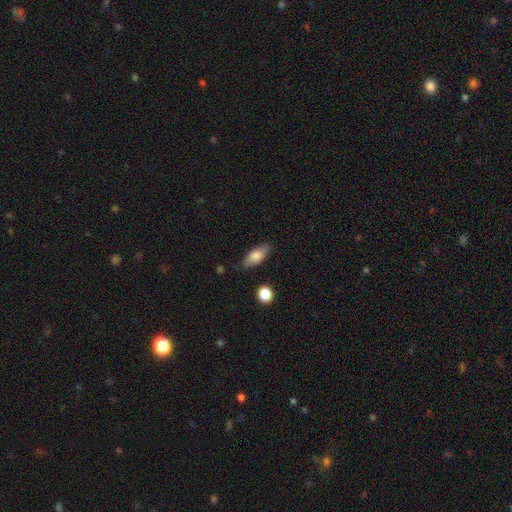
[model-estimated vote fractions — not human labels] smooth_or_featured: smooth (p=0.75) [alt: featured or disk p=0.18]
how_rounded: in between (p=0.78) [alt: cigar-shaped p=0.18]
merging: none (p=0.78) [alt: minor disturbance p=0.16]